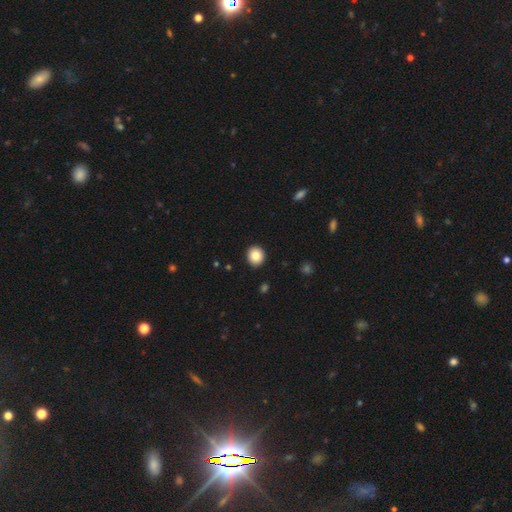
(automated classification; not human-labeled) Morphology: type=smooth (84%); roundness=round (82%); merging=none (92%).